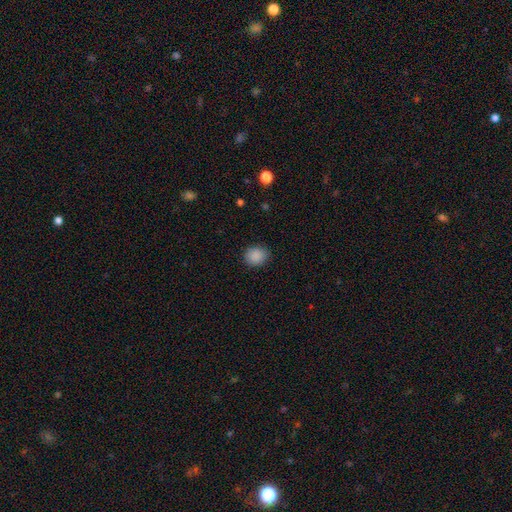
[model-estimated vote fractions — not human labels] Smooth or featured?
  - smooth: 88% *
  - star or artifact: 9%
  - featured or disk: 3%
How rounded?
  - round: 71% *
  - in between: 28%
  - cigar-shaped: 1%
Merging?
  - none: 87% *
  - minor disturbance: 9%
  - major disturbance: 3%
  - merger: 1%